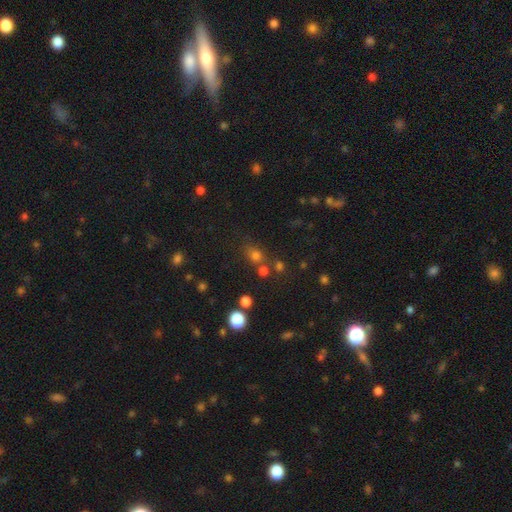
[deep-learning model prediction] Smooth or featured? Predicted: smooth (p=0.69). How rounded? Predicted: round (p=0.74). Merging? Predicted: none (p=0.65).